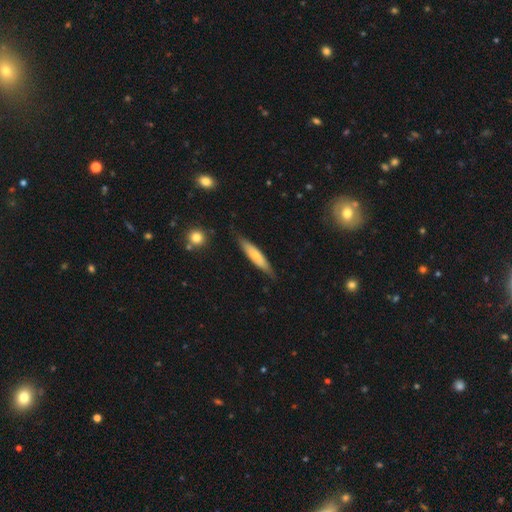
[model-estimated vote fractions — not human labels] smooth_or_featured: smooth (p=0.59) [alt: featured or disk p=0.35]
how_rounded: cigar-shaped (p=0.78) [alt: in between p=0.20]
merging: none (p=0.79) [alt: minor disturbance p=0.17]